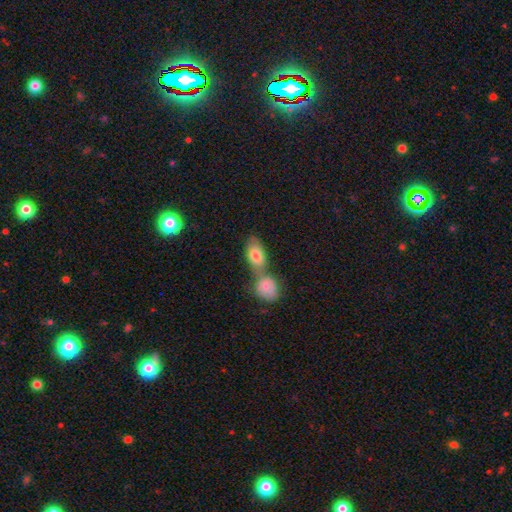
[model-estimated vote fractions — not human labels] smooth 78%, featured or disk 15%, star or artifact 7%. Down the decision tree: how rounded — in between (87%); merging — merger (50%).